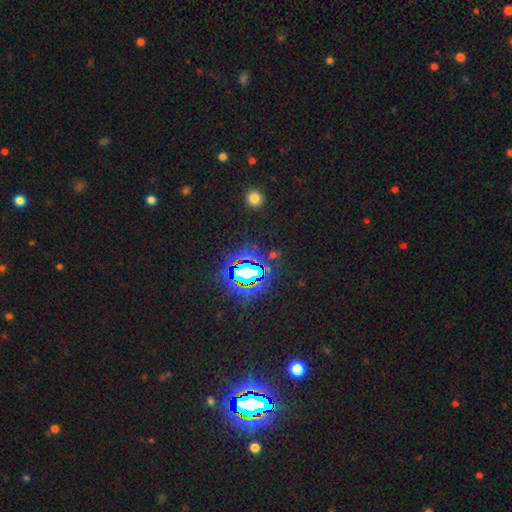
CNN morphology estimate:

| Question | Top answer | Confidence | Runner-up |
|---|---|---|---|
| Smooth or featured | star or artifact | 84% | smooth (10%) |